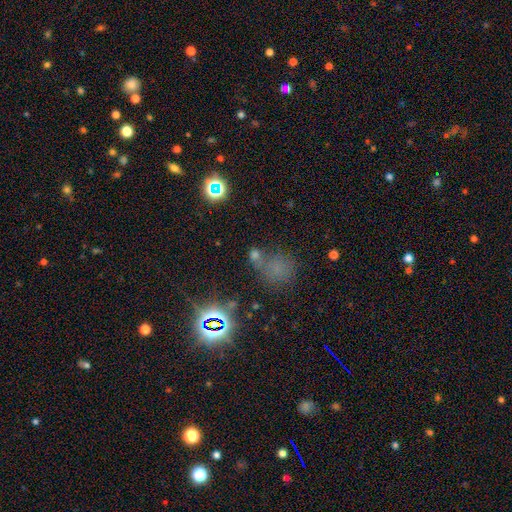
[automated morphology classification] Smooth or featured? smooth (49%)
Merging? none (46%)